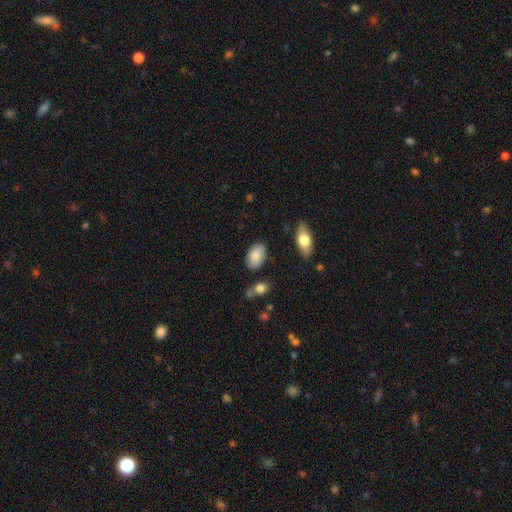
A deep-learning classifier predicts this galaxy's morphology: This appears to be a smooth galaxy with no disk features (87%) that is in between round and cigar-shaped (92%). Merging: none (82%).